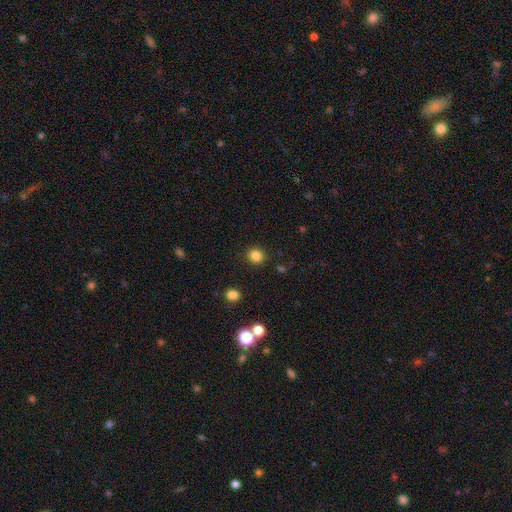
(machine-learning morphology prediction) This appears to be a smooth galaxy with no disk features (83%) that is round (87%). Merging: none (90%).